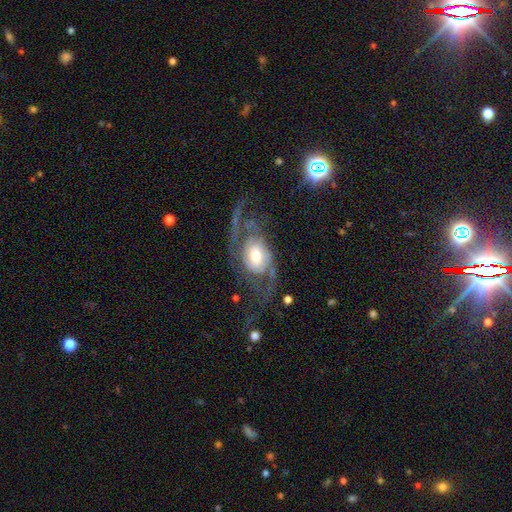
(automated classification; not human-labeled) This appears to be a featured or disk galaxy (82%) with no bar (63%), 2 (76%) loose (50%) spiral arms (91%) and a moderate central bulge (51%). Merging: none (48%).